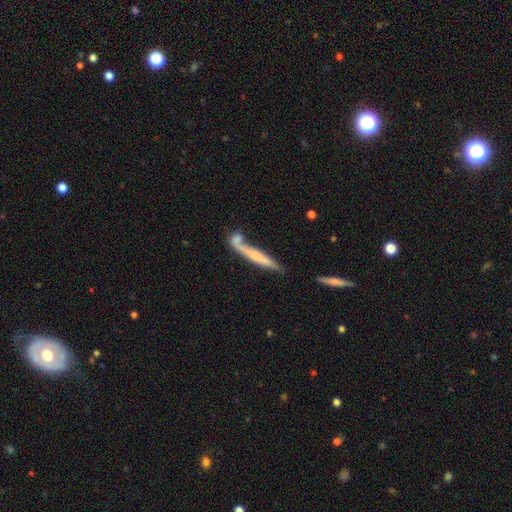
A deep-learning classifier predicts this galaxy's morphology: Smooth or featured?
  - smooth: 51% *
  - featured or disk: 42%
  - star or artifact: 7%
How rounded?
  - cigar-shaped: 92% *
  - in between: 6%
  - round: 2%
Merging?
  - none: 45% *
  - merger: 31%
  - minor disturbance: 16%
  - major disturbance: 9%